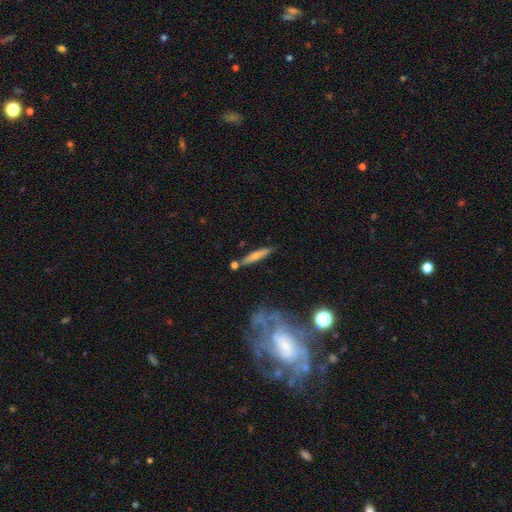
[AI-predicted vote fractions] Overall: smooth (62%; featured or disk 32%). How rounded: cigar-shaped (90%). Merging: none (76%).